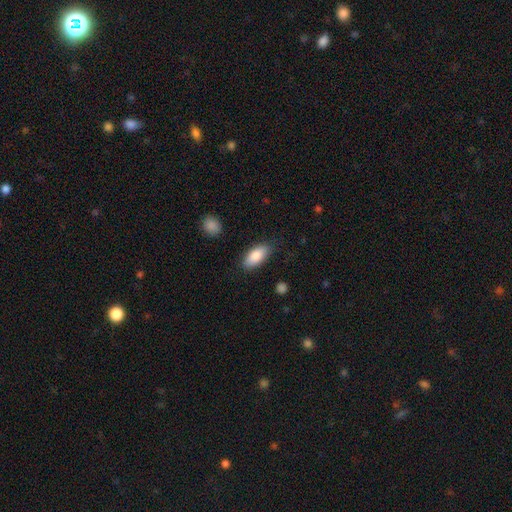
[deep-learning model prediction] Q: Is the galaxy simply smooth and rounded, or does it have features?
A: smooth — 86%.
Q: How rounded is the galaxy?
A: in between — 88%.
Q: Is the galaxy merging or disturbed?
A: none — 83%.